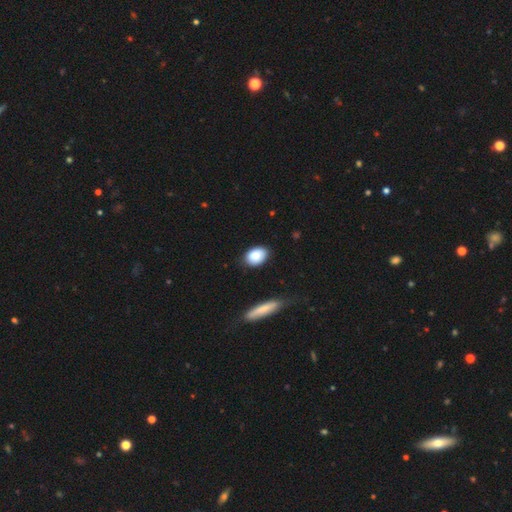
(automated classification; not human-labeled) smooth 87%, star or artifact 7%, featured or disk 6%. Down the decision tree: how rounded — in between (79%); merging — none (81%).